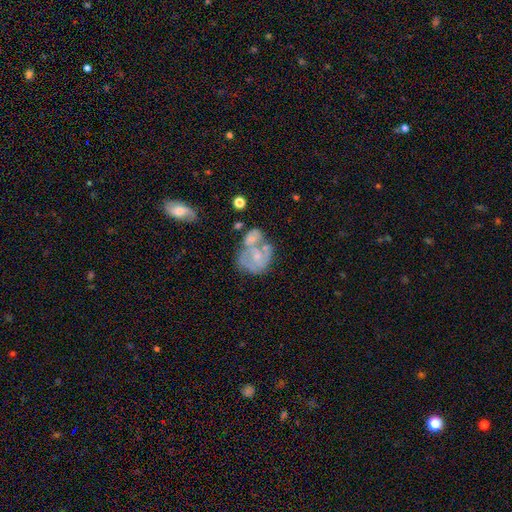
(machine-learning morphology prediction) A featured or disk galaxy (64%) with no bar (77%), spiral arms (52%) and a small central bulge (57%). Merging: merger (43%).